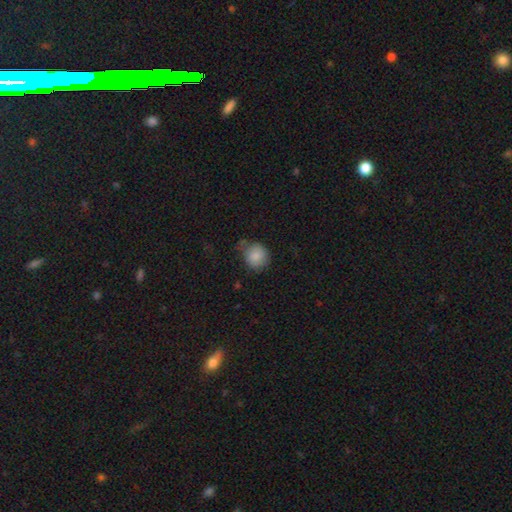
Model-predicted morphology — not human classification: This appears to be a smooth galaxy with no disk features (85%) that is round (81%). Merging: none (64%).